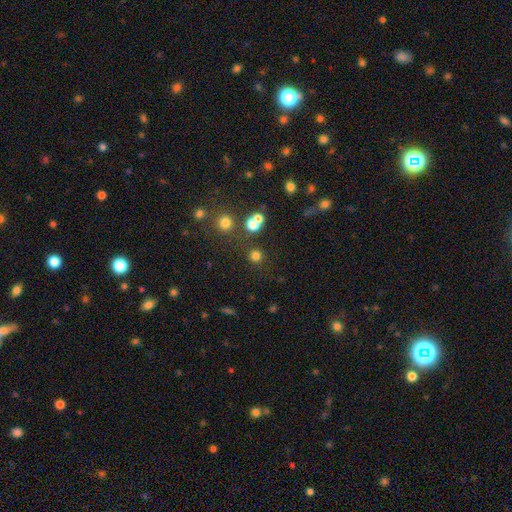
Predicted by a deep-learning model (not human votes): Smooth or featured?
  - smooth: 76% *
  - star or artifact: 19%
  - featured or disk: 6%
How rounded?
  - round: 93% *
  - in between: 6%
  - cigar-shaped: 1%
Merging?
  - none: 81% *
  - merger: 9%
  - minor disturbance: 7%
  - major disturbance: 3%